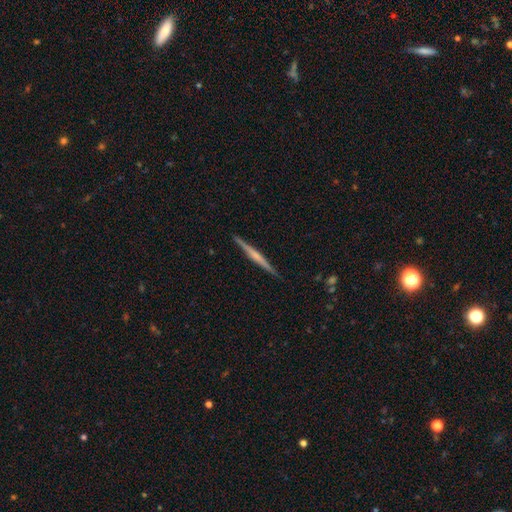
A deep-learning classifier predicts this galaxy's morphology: featured or disk 66%, smooth 28%, star or artifact 5%. Down the decision tree: edge-on disk — yes (98%); edge-on bulge — rounded (44%); merging — none (91%).